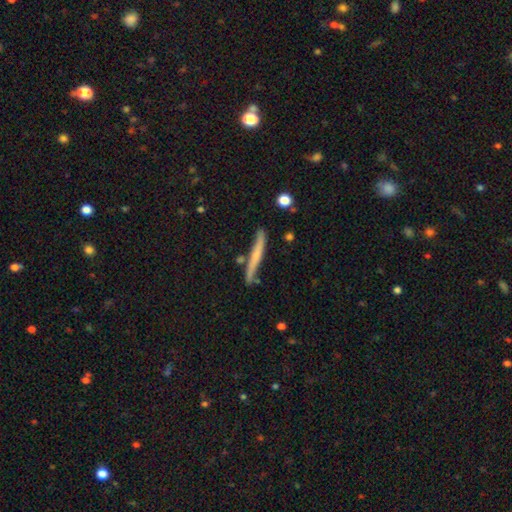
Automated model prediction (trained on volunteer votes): A featured or disk galaxy (50%) viewed edge-on (94%). Merging: none (79%).